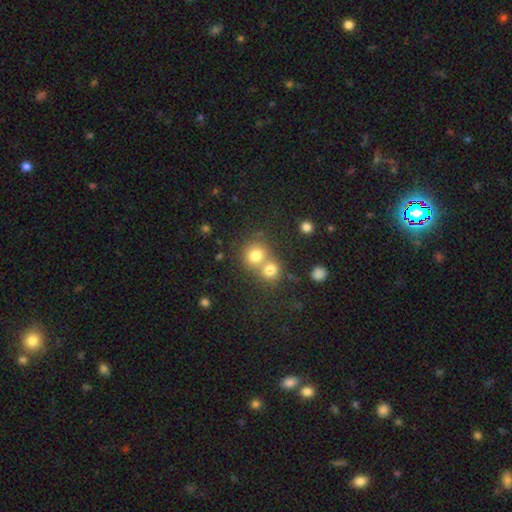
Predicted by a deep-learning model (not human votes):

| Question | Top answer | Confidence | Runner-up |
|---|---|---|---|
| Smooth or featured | smooth | 76% | star or artifact (13%) |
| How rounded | round | 81% | in between (18%) |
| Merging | merger | 52% | none (38%) |